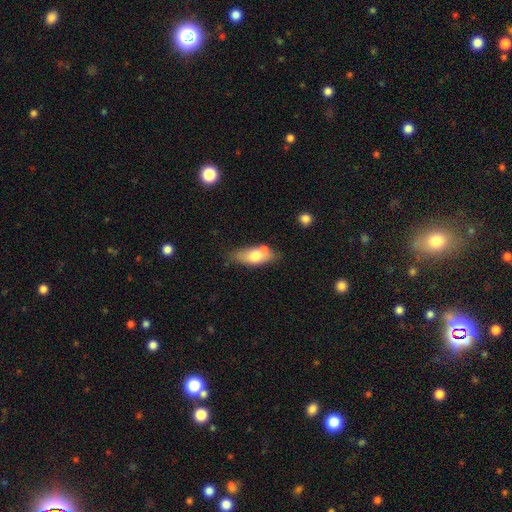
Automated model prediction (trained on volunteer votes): This appears to be a smooth galaxy with no disk features (65%) that is in between round and cigar-shaped (80%). Merging: none (57%).